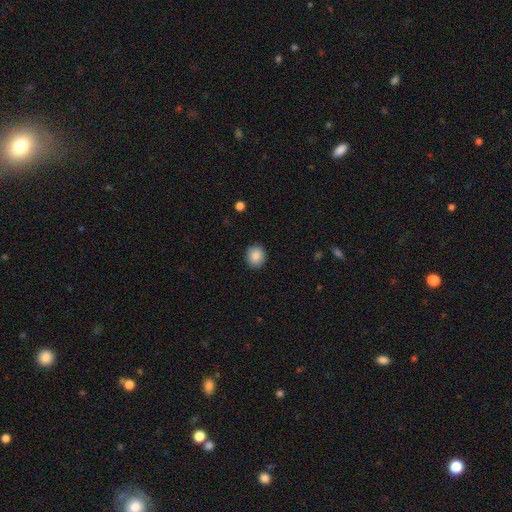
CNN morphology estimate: Smooth or featured? Predicted: smooth (p=0.87). How rounded? Predicted: round (p=0.77). Merging? Predicted: none (p=0.90).